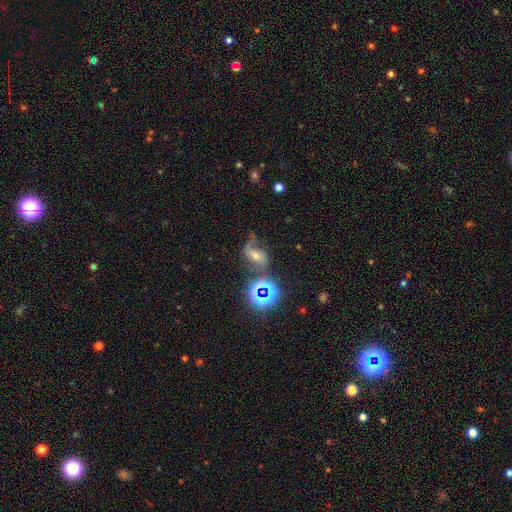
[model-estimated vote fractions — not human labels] A featured or disk galaxy (51%). Merging: none (48%).